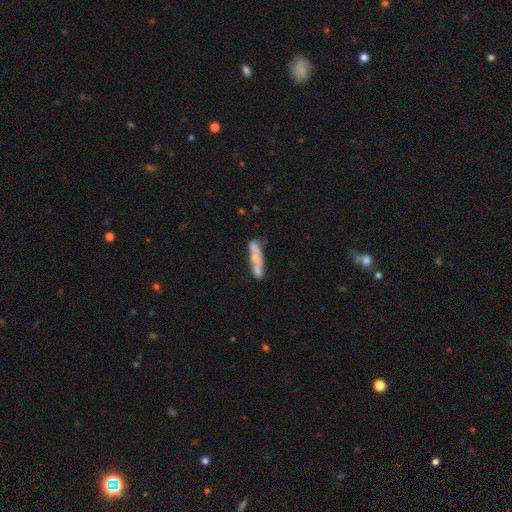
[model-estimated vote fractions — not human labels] This appears to be a smooth galaxy with no disk features (59%) that is cigar-shaped (78%). Merging: none (50%).